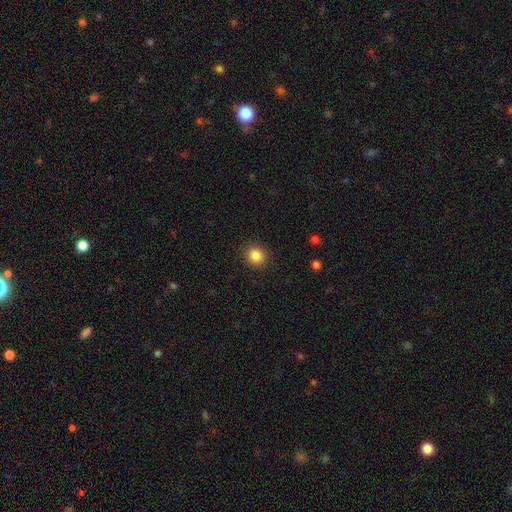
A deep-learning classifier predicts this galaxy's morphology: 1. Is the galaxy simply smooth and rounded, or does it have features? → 85% smooth, 10% star or artifact, 4% featured or disk.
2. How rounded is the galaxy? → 85% round, 14% in between, 1% cigar-shaped.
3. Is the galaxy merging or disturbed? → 90% none, 7% minor disturbance, 2% major disturbance, 1% merger.